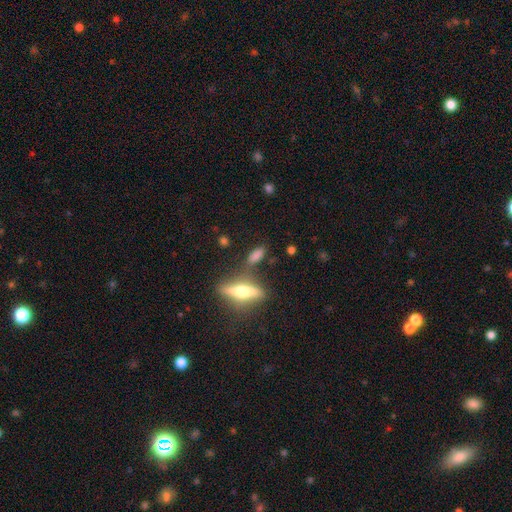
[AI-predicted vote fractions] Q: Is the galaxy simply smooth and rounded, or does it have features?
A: smooth — 61%.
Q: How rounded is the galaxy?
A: in between — 54%.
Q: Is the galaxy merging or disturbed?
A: none — 64%.